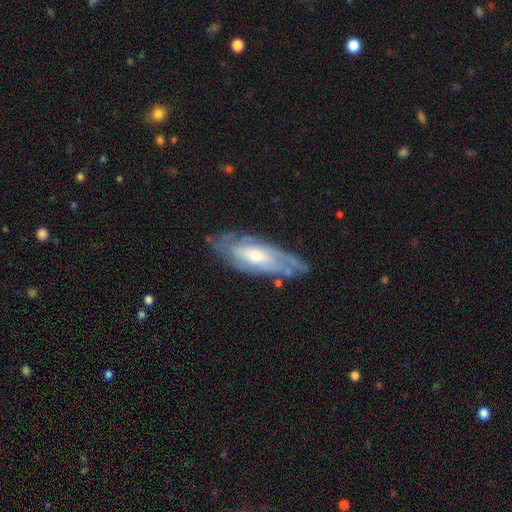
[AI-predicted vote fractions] featured or disk 73%, smooth 21%, star or artifact 6%. Down the decision tree: edge-on disk — no (79%); bar — no (62%); spiral arms — yes (84%); bulge size — moderate (55%); merging — none (69%).